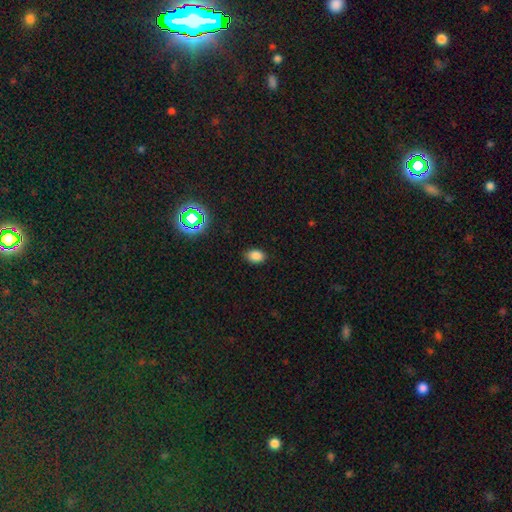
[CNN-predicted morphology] Q: Smooth or featured?
A: smooth (82%); runner-up: star or artifact (14%)
Q: How rounded?
A: in between (81%); runner-up: round (17%)
Q: Merging?
A: none (86%); runner-up: minor disturbance (11%)